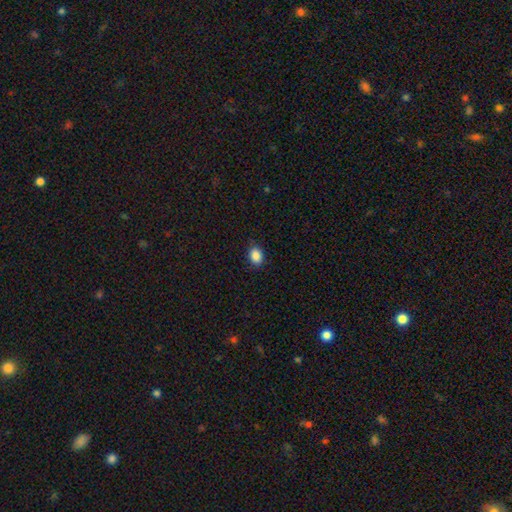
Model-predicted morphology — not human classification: smooth 88%, star or artifact 9%, featured or disk 3%. Down the decision tree: how rounded — in between (69%); merging — none (86%).